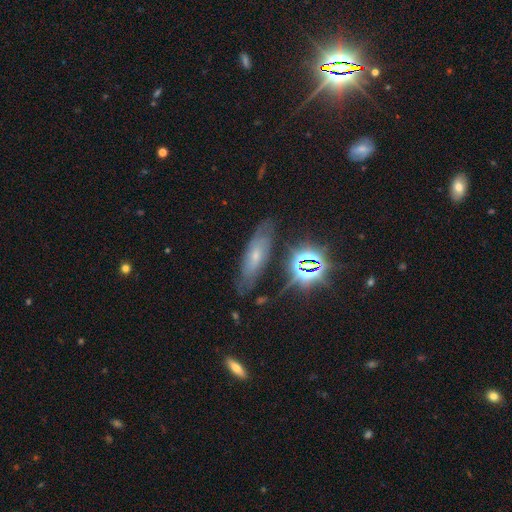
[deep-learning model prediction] Morphology: type=featured or disk (43%); merging=none (70%).